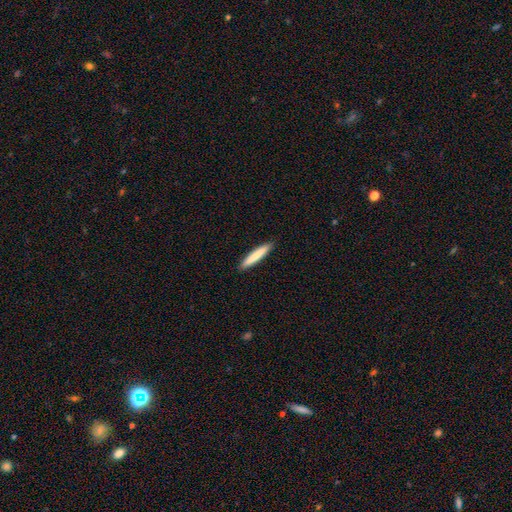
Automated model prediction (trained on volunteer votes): Smooth or featured?
  - smooth: 78% *
  - featured or disk: 16%
  - star or artifact: 5%
How rounded?
  - cigar-shaped: 94% *
  - in between: 5%
  - round: 1%
Merging?
  - none: 92% *
  - minor disturbance: 6%
  - major disturbance: 1%
  - merger: 1%